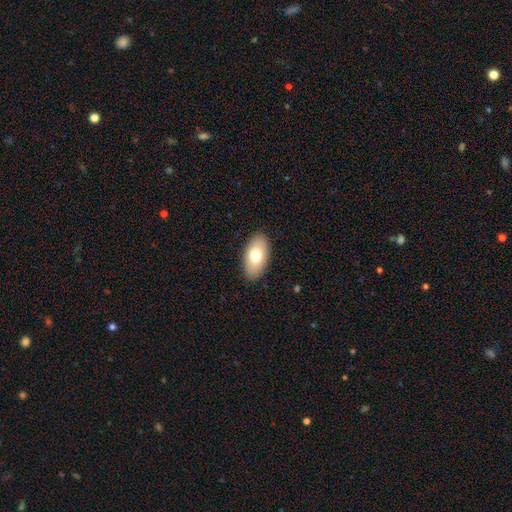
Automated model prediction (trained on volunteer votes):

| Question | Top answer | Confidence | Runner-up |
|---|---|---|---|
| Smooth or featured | smooth | 72% | featured or disk (21%) |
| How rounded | in between | 94% | round (3%) |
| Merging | none | 89% | minor disturbance (9%) |